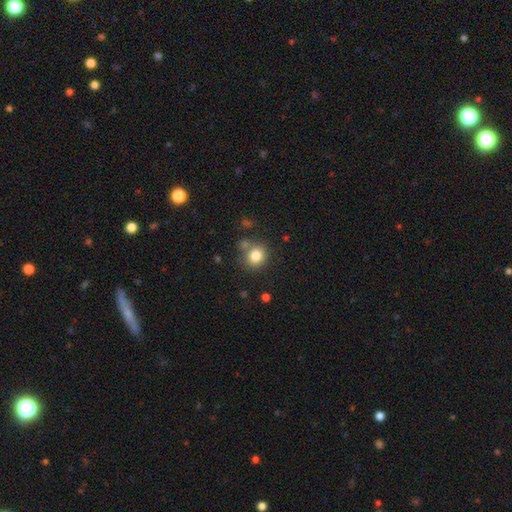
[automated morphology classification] type=smooth (81%); roundness=round (84%); merging=none (73%).